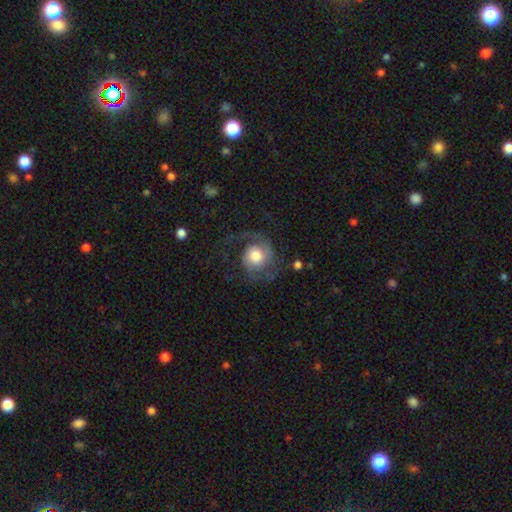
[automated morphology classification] The model was most divided on "bulge size": large: 43%, moderate: 42%, dominant: 8%, small: 6%, none: 2%. Remaining: edge-on disk — no (98%); spiral arms — yes (89%); bar — no (77%); smooth or featured — featured or disk (64%); spiral arm count — 2 (55%); merging — none (51%); spiral winding — medium (41%).